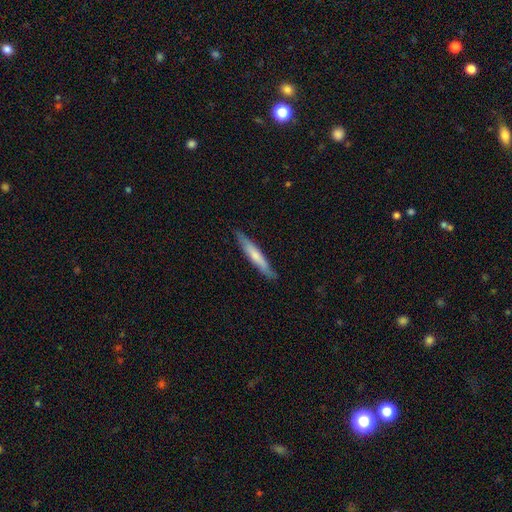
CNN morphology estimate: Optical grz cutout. It shows a smooth galaxy with no disk features (60%) that is cigar-shaped (93%). Merging: none (85%).